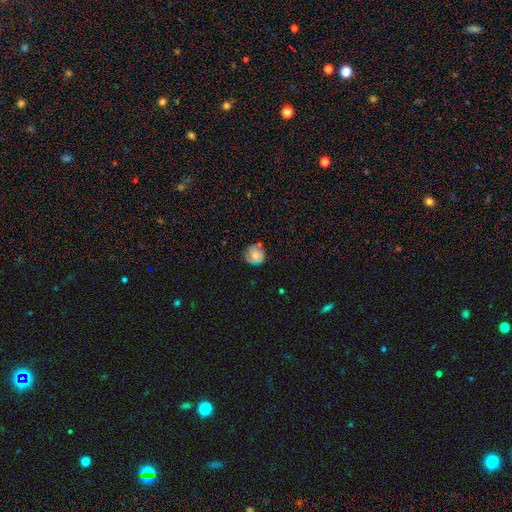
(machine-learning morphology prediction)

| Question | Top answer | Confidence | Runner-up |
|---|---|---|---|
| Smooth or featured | smooth | 65% | featured or disk (27%) |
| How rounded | round | 87% | in between (12%) |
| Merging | none | 67% | minor disturbance (23%) |